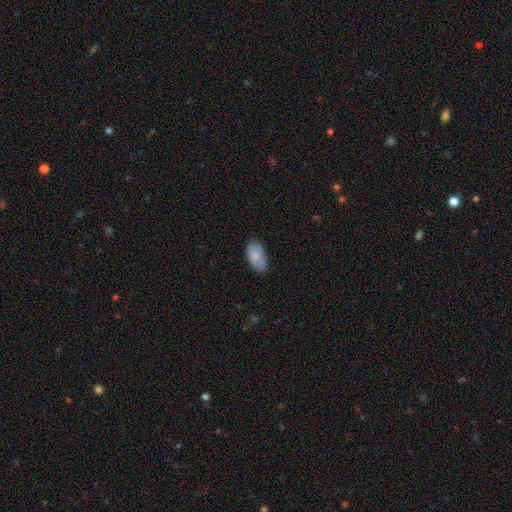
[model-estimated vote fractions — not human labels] This is clearly a smooth galaxy (81%). How rounded: clearly in between (94%). Merging: likely none (63%).